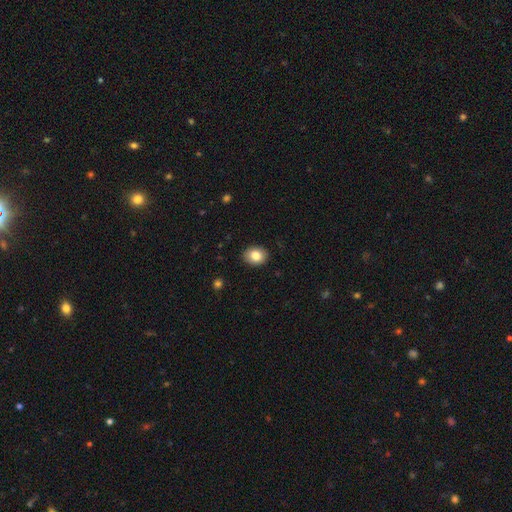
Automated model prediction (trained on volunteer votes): This appears to be a smooth galaxy with no disk features (83%) that is in between round and cigar-shaped (55%). Merging: none (90%).